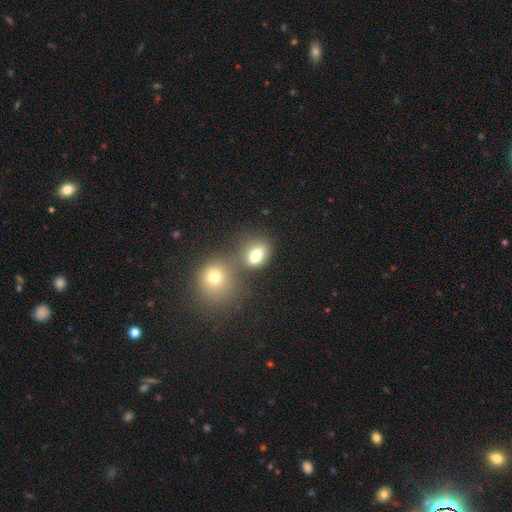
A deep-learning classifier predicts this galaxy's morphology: Smooth or featured?
  - smooth: 76% *
  - star or artifact: 13%
  - featured or disk: 11%
How rounded?
  - in between: 61% *
  - round: 37%
  - cigar-shaped: 2%
Merging?
  - none: 45% *
  - merger: 39%
  - minor disturbance: 11%
  - major disturbance: 6%